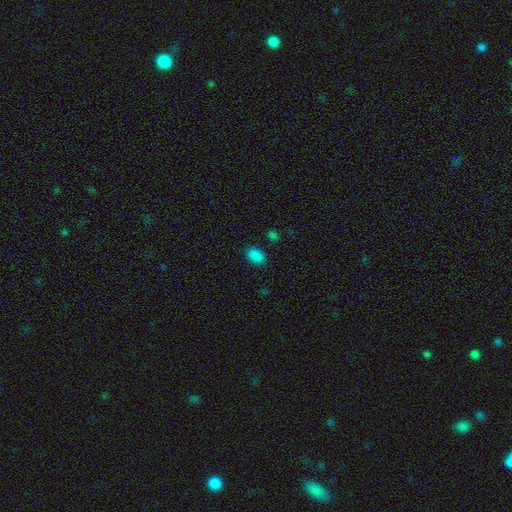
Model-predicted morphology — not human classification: A smooth galaxy with no disk features (85%) that is in between round and cigar-shaped (86%). Merging: none (85%).